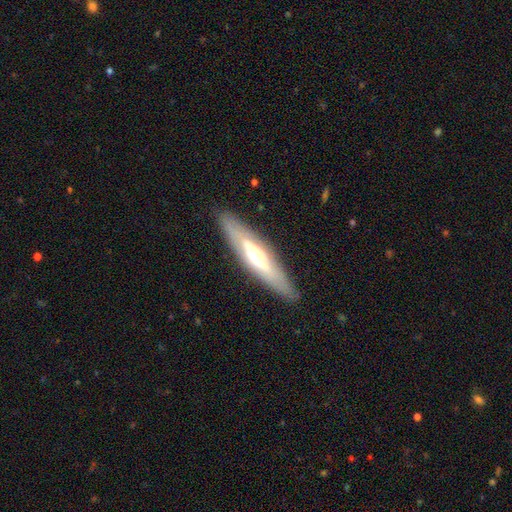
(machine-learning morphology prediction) smooth_or_featured: featured or disk (p=0.62) [alt: smooth p=0.32]
disk_edge_on: yes (p=0.72) [alt: no p=0.28]
merging: none (p=0.87) [alt: minor disturbance p=0.10]